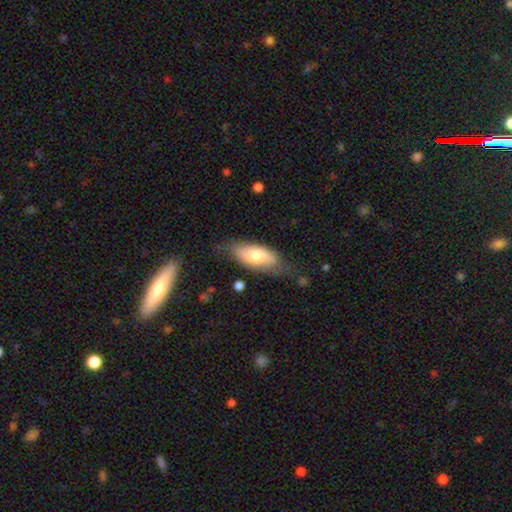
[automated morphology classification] smooth_or_featured: smooth (p=0.66) [alt: featured or disk p=0.28]
how_rounded: in between (p=0.84) [alt: cigar-shaped p=0.13]
merging: none (p=0.64) [alt: minor disturbance p=0.26]